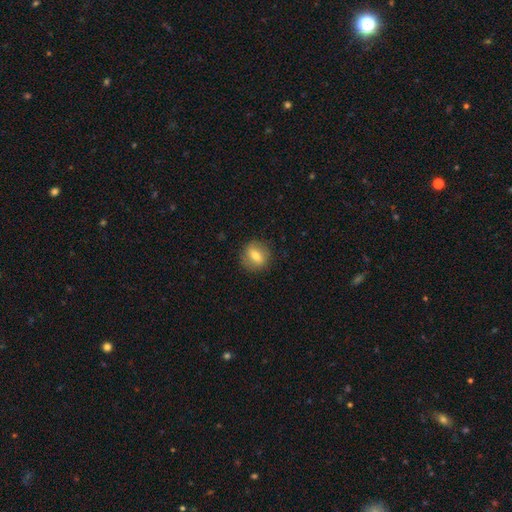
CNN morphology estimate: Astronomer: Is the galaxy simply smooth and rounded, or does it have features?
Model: smooth — 67%.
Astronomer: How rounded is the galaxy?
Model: round — 69%.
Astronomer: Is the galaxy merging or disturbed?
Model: none — 84%.